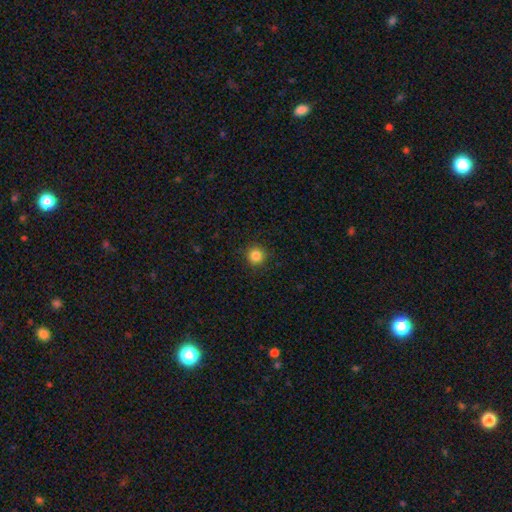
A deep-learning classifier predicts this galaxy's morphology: type=smooth (84%); roundness=round (95%); merging=none (91%).